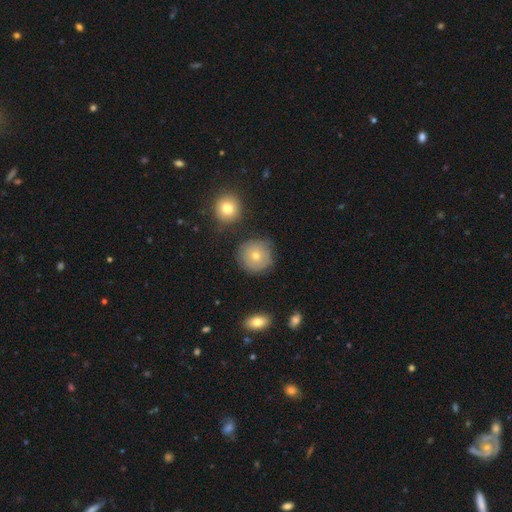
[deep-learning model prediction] Smooth or featured: smooth — 60% (featured or disk — 29%)
How rounded: round — 92% (in between — 7%)
Merging: none — 82% (minor disturbance — 13%)